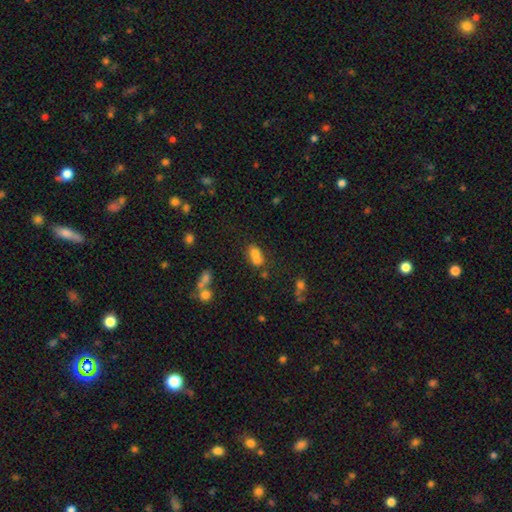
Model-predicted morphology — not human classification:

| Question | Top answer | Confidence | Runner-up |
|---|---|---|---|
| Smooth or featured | smooth | 69% | featured or disk (17%) |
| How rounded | in between | 58% | round (39%) |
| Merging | merger | 60% | none (28%) |